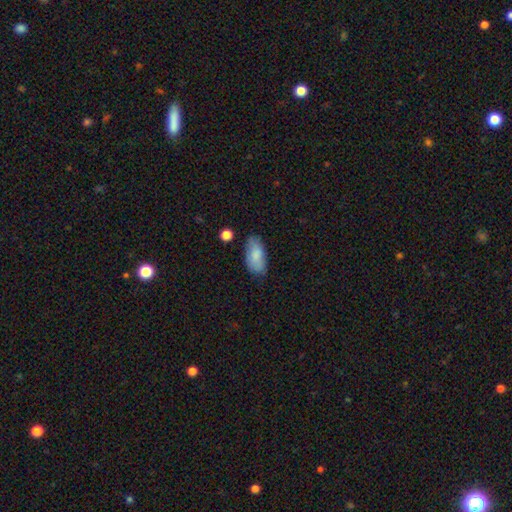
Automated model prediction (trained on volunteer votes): smooth 83%, featured or disk 10%, star or artifact 7%. Down the decision tree: how rounded — in between (92%); merging — none (70%).